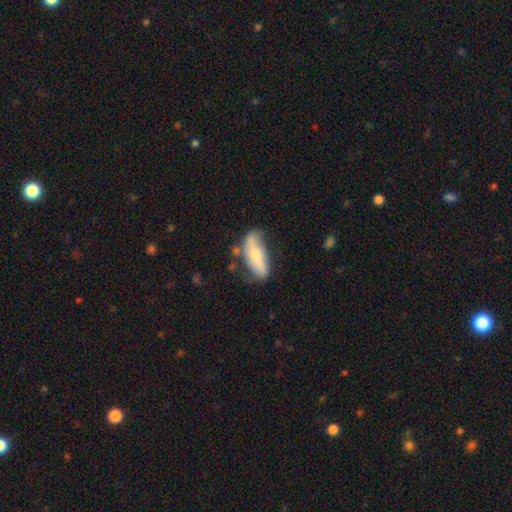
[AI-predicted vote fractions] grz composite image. It shows a smooth galaxy with no disk features (56%) that is in between round and cigar-shaped (59%). Merging: none (57%).